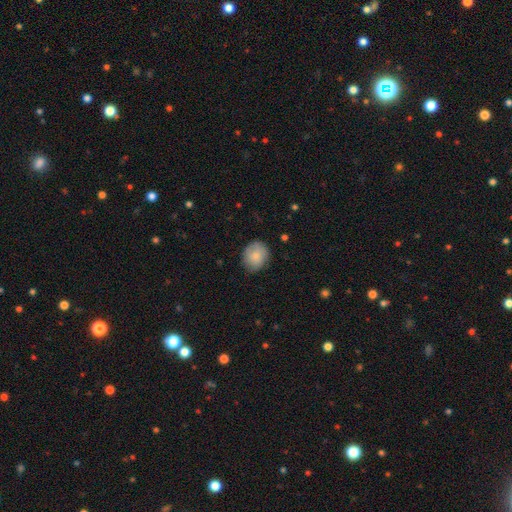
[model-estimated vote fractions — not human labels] Smooth or featured?
  - smooth: 82% *
  - featured or disk: 12%
  - star or artifact: 7%
How rounded?
  - round: 63% *
  - in between: 36%
  - cigar-shaped: 1%
Merging?
  - none: 76% *
  - minor disturbance: 19%
  - major disturbance: 3%
  - merger: 1%